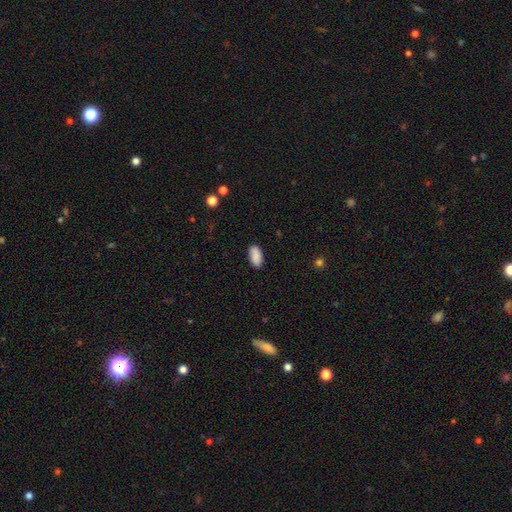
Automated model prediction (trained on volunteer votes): smooth 88%, star or artifact 7%, featured or disk 5%. Down the decision tree: how rounded — in between (94%); merging — none (87%).